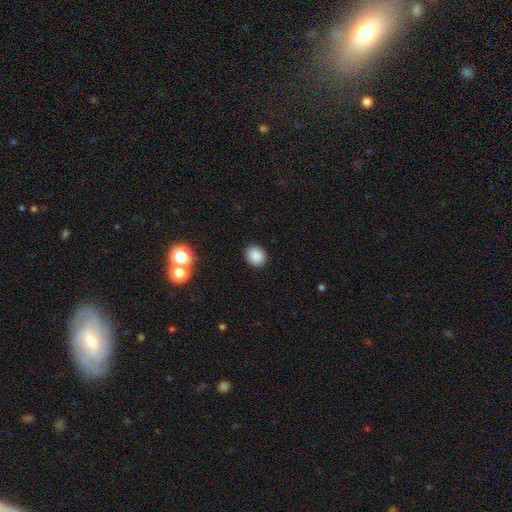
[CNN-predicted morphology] Q: Smooth or featured?
A: smooth (87%); runner-up: star or artifact (10%)
Q: How rounded?
A: round (78%); runner-up: in between (21%)
Q: Merging?
A: none (90%); runner-up: minor disturbance (6%)